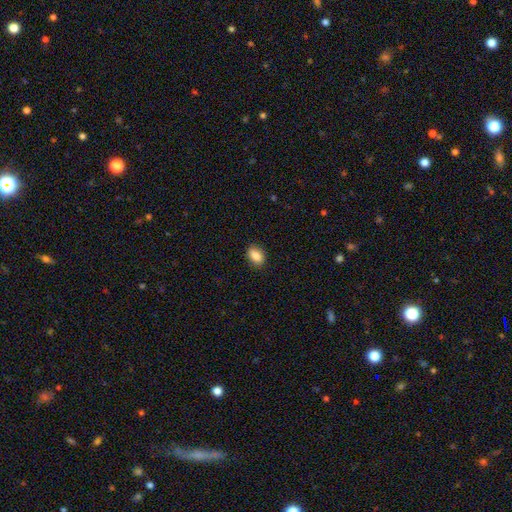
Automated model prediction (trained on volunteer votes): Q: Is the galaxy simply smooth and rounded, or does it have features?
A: smooth — 87%.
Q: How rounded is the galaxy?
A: in between — 79%.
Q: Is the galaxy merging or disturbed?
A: none — 87%.